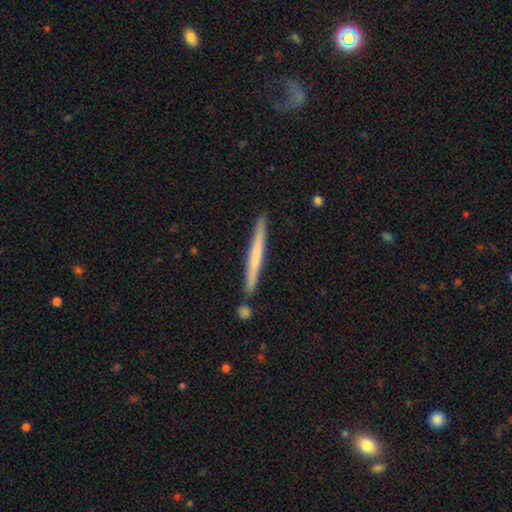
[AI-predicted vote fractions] Smooth or featured?
  - smooth: 54% *
  - featured or disk: 41%
  - star or artifact: 5%
How rounded?
  - cigar-shaped: 97% *
  - in between: 2%
  - round: 1%
Merging?
  - none: 87% *
  - minor disturbance: 8%
  - merger: 4%
  - major disturbance: 2%